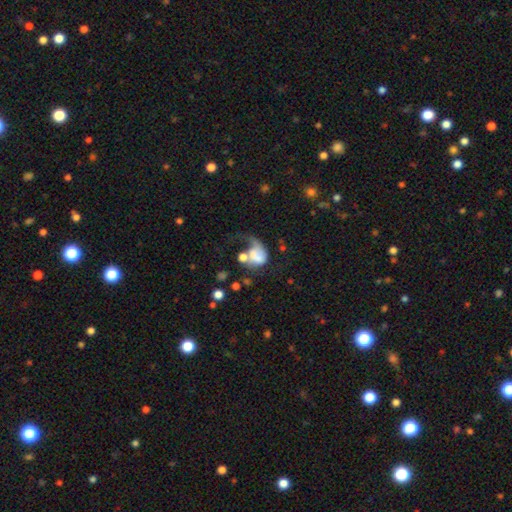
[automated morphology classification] A featured or disk galaxy (46%). Merging: major disturbance (47%).